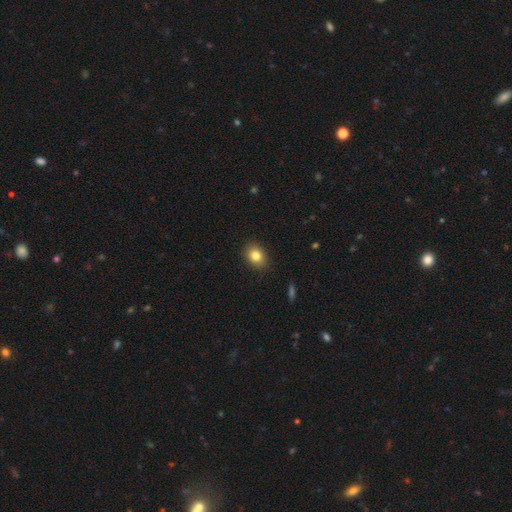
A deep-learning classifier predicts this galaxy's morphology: type=smooth (83%); roundness=in between (60%); merging=none (88%).